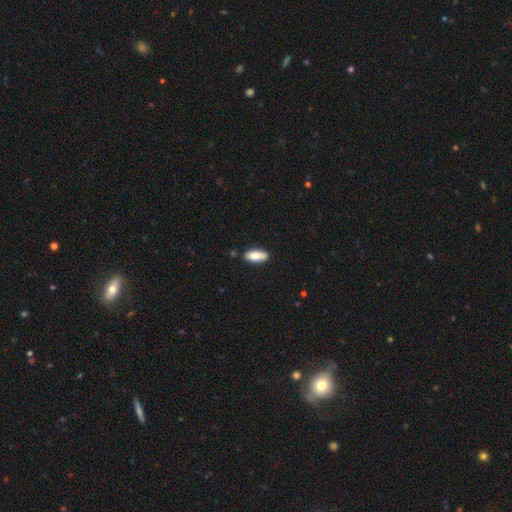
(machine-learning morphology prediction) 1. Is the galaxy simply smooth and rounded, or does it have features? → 80% smooth, 14% featured or disk, 6% star or artifact.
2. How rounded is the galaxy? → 80% in between, 18% cigar-shaped, 2% round.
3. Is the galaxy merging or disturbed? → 81% none, 13% minor disturbance, 3% merger, 2% major disturbance.